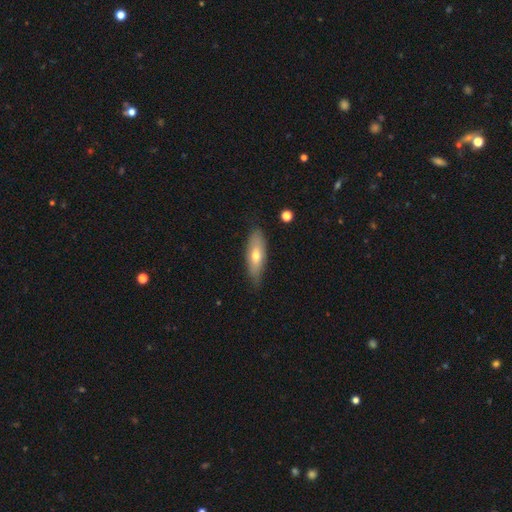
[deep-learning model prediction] A smooth galaxy with no disk features (61%) that is in between round and cigar-shaped (63%). Merging: none (78%).